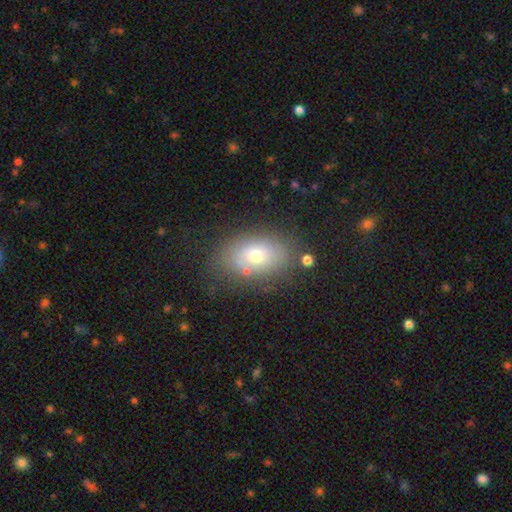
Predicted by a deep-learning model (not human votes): Smooth or featured? smooth (67%)
How rounded? in between (85%)
Merging? none (75%)